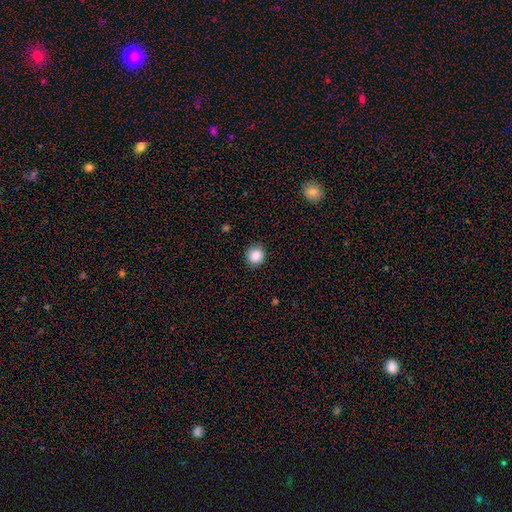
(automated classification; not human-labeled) A smooth galaxy with no disk features (87%) that is round (93%). Merging: none (88%).